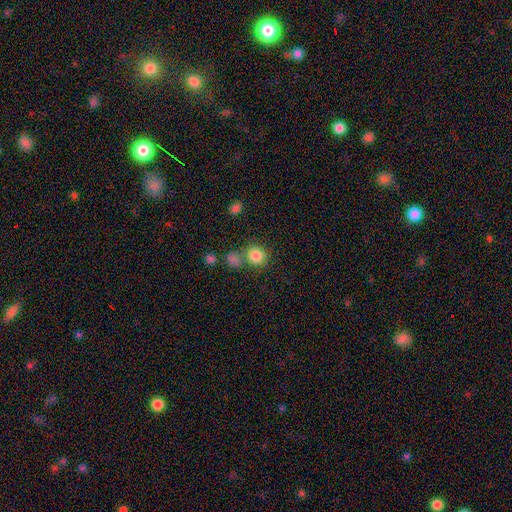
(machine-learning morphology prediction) Smooth or featured?
  - smooth: 83% *
  - star or artifact: 11%
  - featured or disk: 6%
How rounded?
  - round: 84% *
  - in between: 15%
  - cigar-shaped: 1%
Merging?
  - none: 64% *
  - merger: 21%
  - minor disturbance: 10%
  - major disturbance: 5%